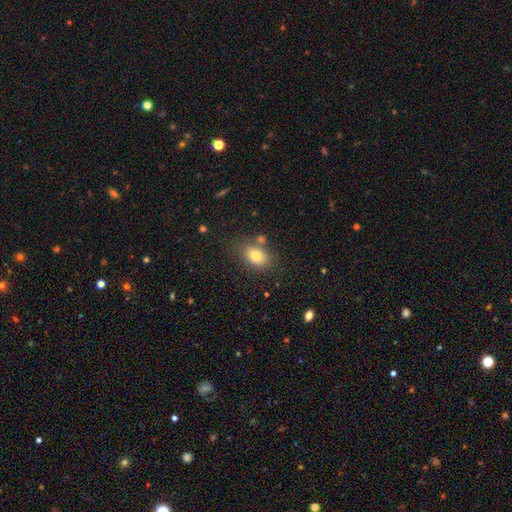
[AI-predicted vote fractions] This appears to be a smooth galaxy with no disk features (79%) that is in between round and cigar-shaped (77%). Merging: none (72%).